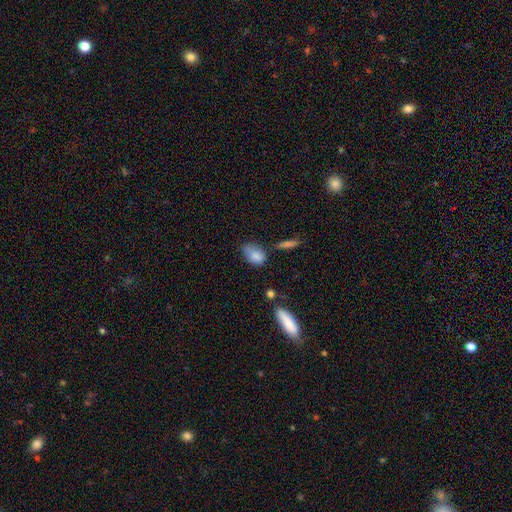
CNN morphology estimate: A smooth galaxy with no disk features (82%) that is in between round and cigar-shaped (83%). Merging: none (41%).